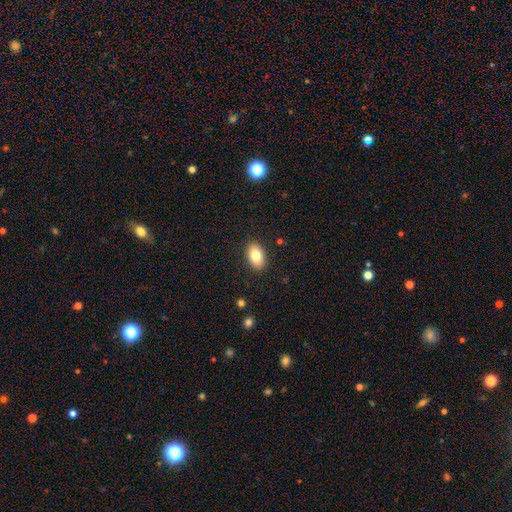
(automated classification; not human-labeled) Smooth or featured: smooth — 80% (featured or disk — 12%)
How rounded: in between — 91% (round — 7%)
Merging: none — 89% (minor disturbance — 8%)